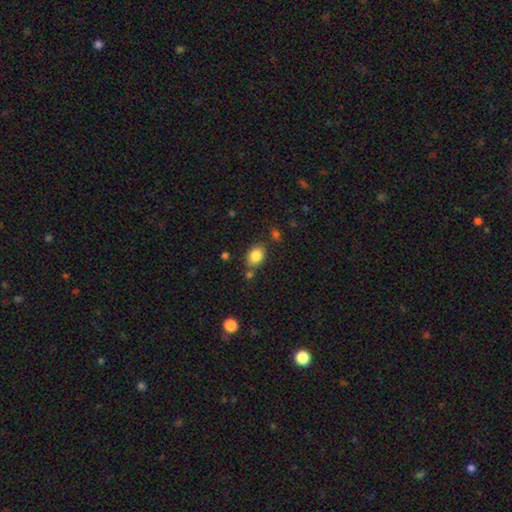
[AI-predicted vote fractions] smooth 85%, star or artifact 9%, featured or disk 7%. Down the decision tree: how rounded — in between (69%); merging — none (75%).